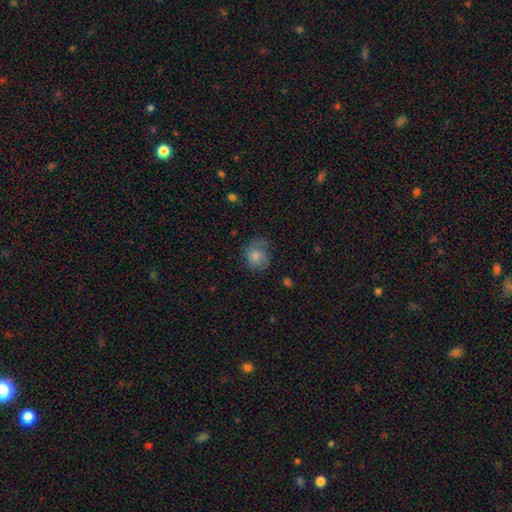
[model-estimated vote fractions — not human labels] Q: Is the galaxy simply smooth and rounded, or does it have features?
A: smooth — 67%.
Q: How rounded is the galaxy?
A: round — 75%.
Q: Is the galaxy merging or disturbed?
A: none — 57%.